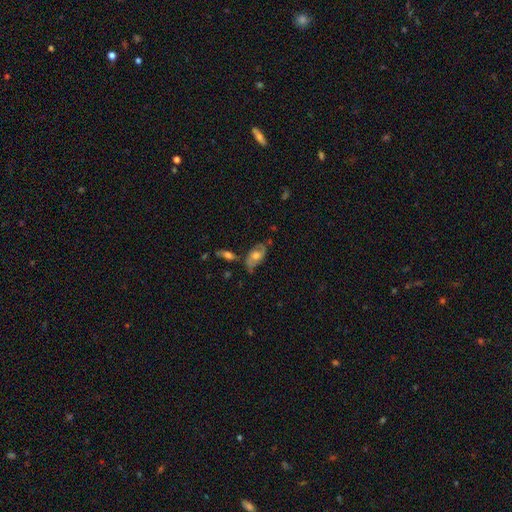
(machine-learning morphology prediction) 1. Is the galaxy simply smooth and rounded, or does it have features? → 53% featured or disk, 40% smooth, 7% star or artifact.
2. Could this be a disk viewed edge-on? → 87% no, 13% yes.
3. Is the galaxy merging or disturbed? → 64% none, 22% minor disturbance, 8% major disturbance, 7% merger.